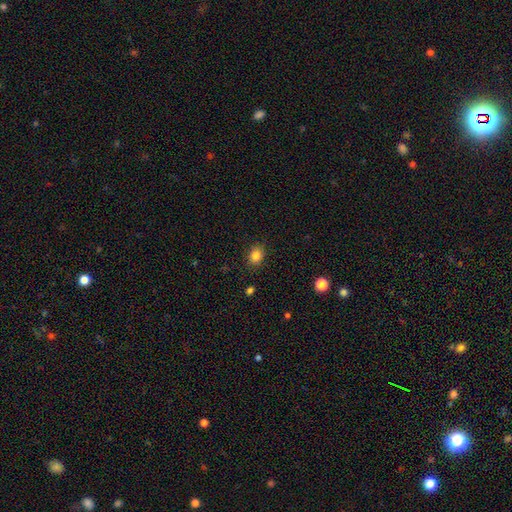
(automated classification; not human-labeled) smooth-or-featured: smooth: 84% | star or artifact: 11% | featured or disk: 6%
  how-rounded: in between: 50% | round: 49% | cigar-shaped: 1%
  merging: none: 87% | minor disturbance: 10% | major disturbance: 3% | merger: 1%